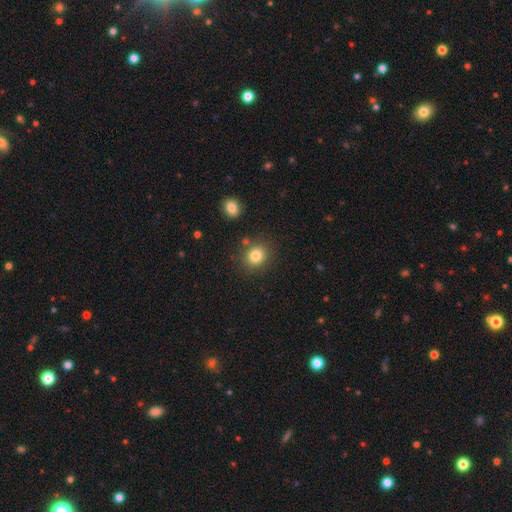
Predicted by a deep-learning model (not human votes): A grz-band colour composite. It shows a smooth galaxy with no disk features (83%) that is round (75%). Merging: none (82%).